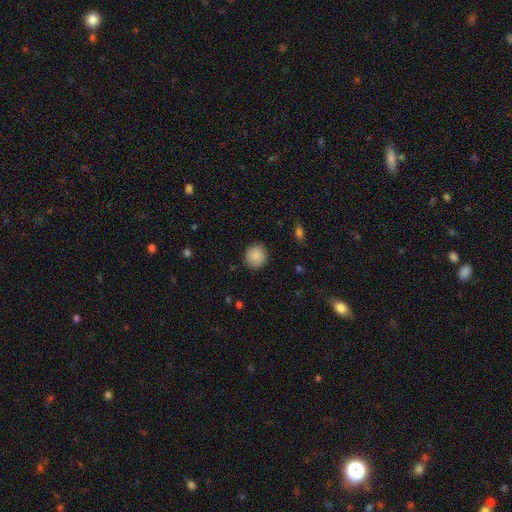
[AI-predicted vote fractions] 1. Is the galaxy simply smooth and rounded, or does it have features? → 89% smooth, 7% star or artifact, 4% featured or disk.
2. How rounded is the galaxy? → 90% round, 9% in between, 1% cigar-shaped.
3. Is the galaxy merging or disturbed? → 89% none, 7% minor disturbance, 2% major disturbance, 1% merger.